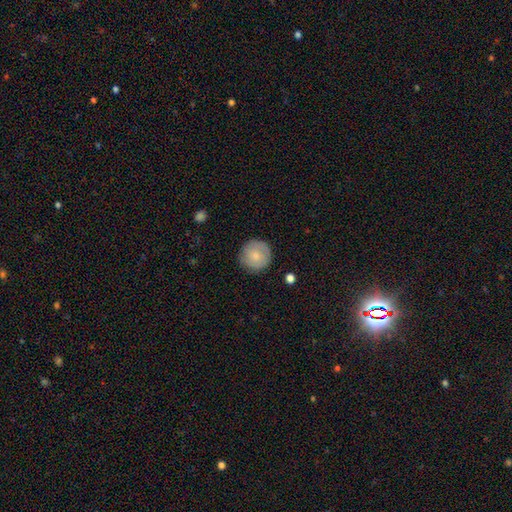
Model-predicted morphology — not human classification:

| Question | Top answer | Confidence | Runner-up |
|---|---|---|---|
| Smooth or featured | smooth | 77% | featured or disk (17%) |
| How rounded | round | 95% | in between (4%) |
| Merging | none | 87% | minor disturbance (10%) |